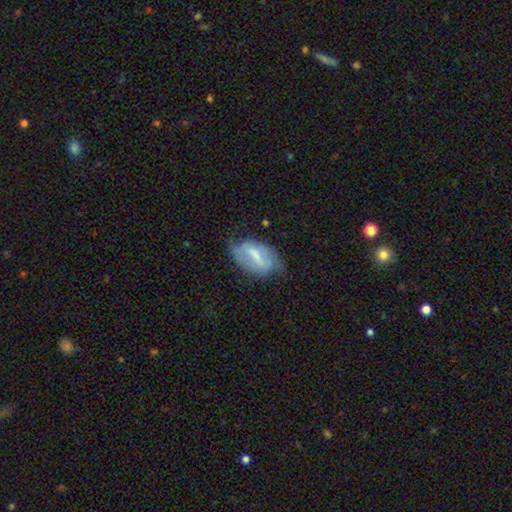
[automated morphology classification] The model was most divided on "smooth or featured": featured or disk: 49%, smooth: 43%, star or artifact: 8%. More confident: merging — none (57%).